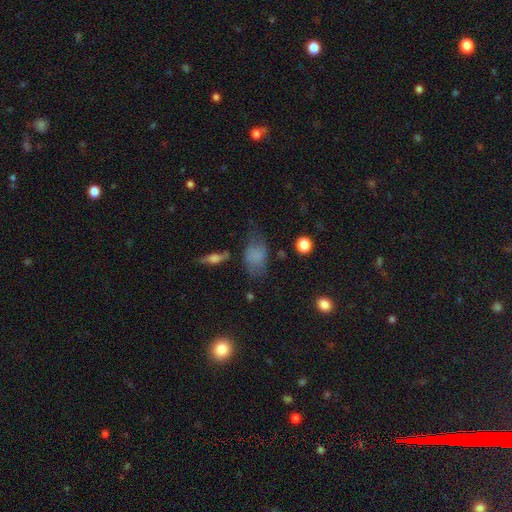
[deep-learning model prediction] smooth-or-featured: smooth: 69% | featured or disk: 18% | star or artifact: 13%
  how-rounded: in between: 82% | round: 15% | cigar-shaped: 3%
  merging: none: 46% | minor disturbance: 30% | major disturbance: 19% | merger: 5%